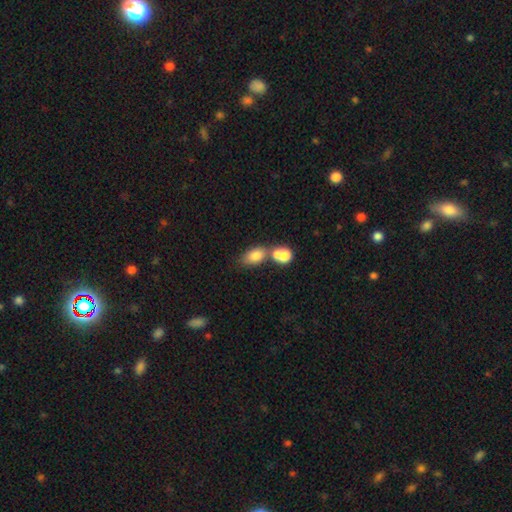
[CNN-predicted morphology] This is likely a smooth galaxy (78%). How rounded: clearly in between (81%). Merging: possibly merger (51%).